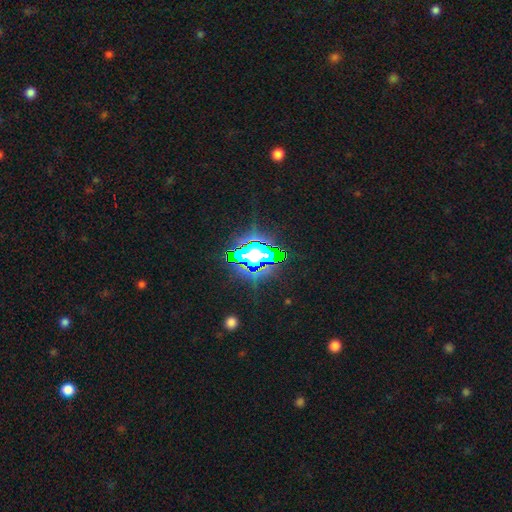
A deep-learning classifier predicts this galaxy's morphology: type=star or artifact (81%).